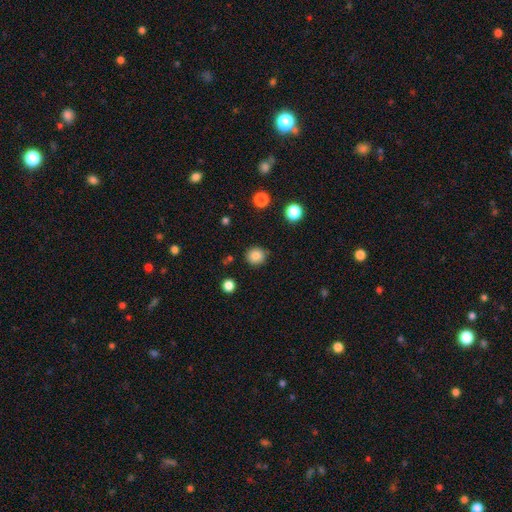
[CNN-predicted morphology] A smooth galaxy with no disk features (83%) that is round (90%).

Vote fractions:
- Smooth or featured? smooth: 83% / star or artifact: 11% / featured or disk: 6%
- How rounded? round: 90% / in between: 9% / cigar-shaped: 1%
- Merging? none: 87% / minor disturbance: 9% / major disturbance: 2% / merger: 2%